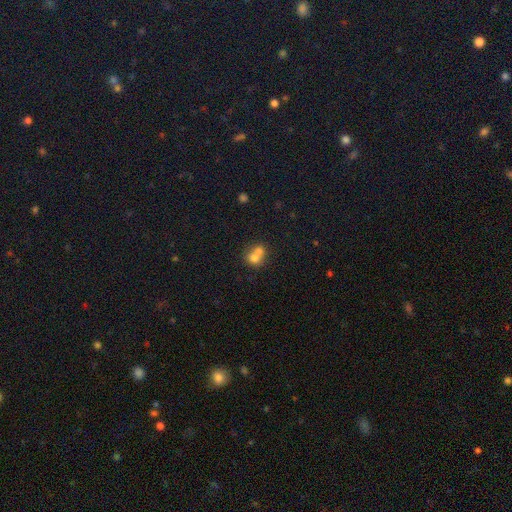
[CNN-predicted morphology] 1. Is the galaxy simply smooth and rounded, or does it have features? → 70% smooth, 19% featured or disk, 11% star or artifact.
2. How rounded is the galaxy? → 71% round, 28% in between, 1% cigar-shaped.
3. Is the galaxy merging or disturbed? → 68% merger, 24% none, 6% minor disturbance, 3% major disturbance.